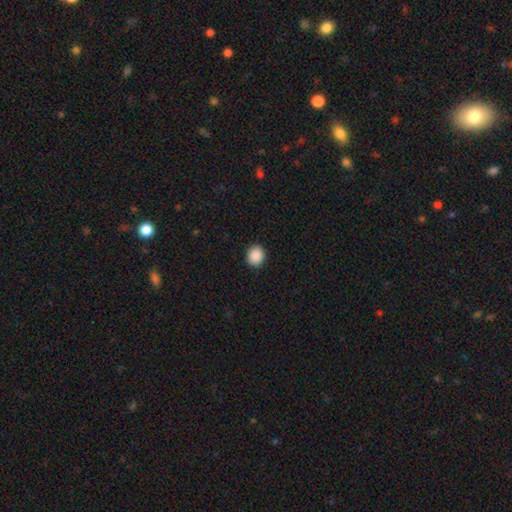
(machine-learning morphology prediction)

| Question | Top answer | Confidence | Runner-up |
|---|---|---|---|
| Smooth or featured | smooth | 90% | star or artifact (8%) |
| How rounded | round | 77% | in between (22%) |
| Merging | none | 91% | minor disturbance (6%) |